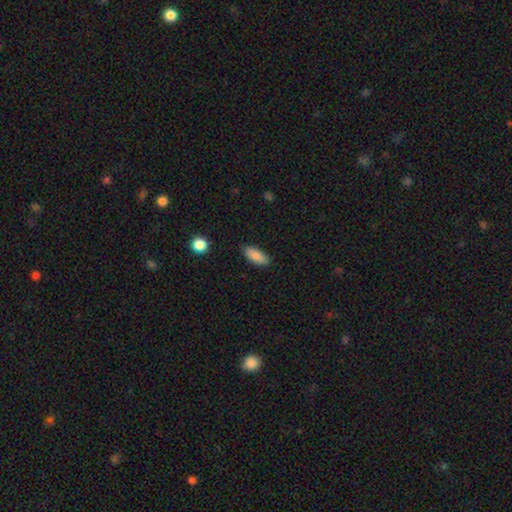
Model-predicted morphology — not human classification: This appears to be a smooth galaxy with no disk features (87%) that is in between round and cigar-shaped (84%). Merging: none (85%).